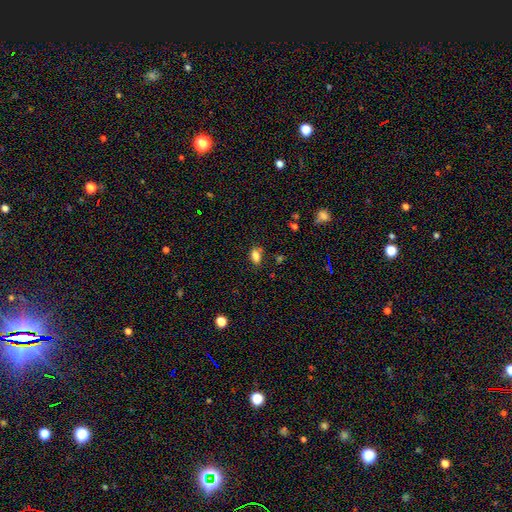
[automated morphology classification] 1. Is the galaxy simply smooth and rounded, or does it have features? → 81% smooth, 12% star or artifact, 6% featured or disk.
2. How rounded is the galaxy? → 85% in between, 11% round, 4% cigar-shaped.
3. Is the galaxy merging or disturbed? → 76% none, 15% minor disturbance, 5% merger, 4% major disturbance.